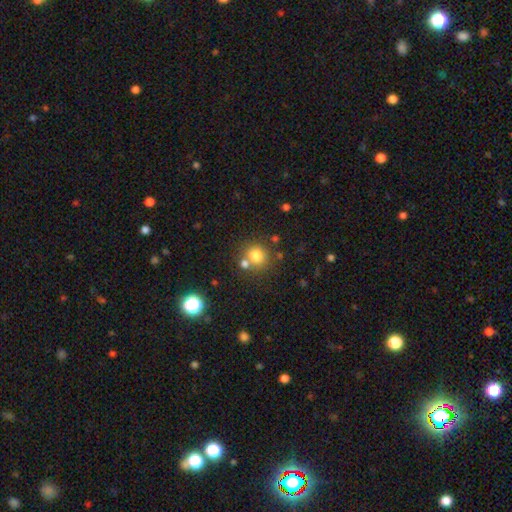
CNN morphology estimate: type=smooth (77%); roundness=round (89%); merging=none (66%).